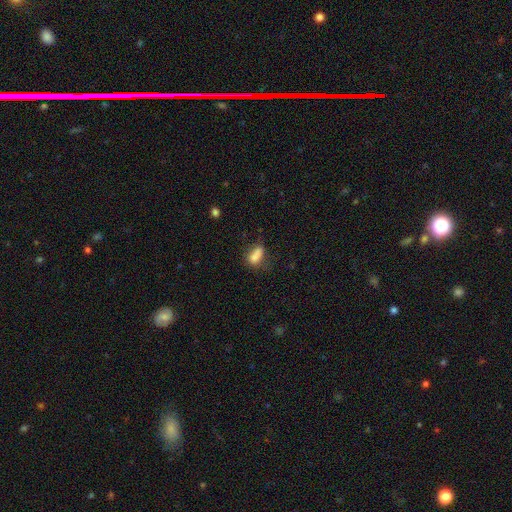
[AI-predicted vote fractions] This is likely a smooth galaxy (77%). How rounded: likely in between (78%). Merging: marginally none (40%).